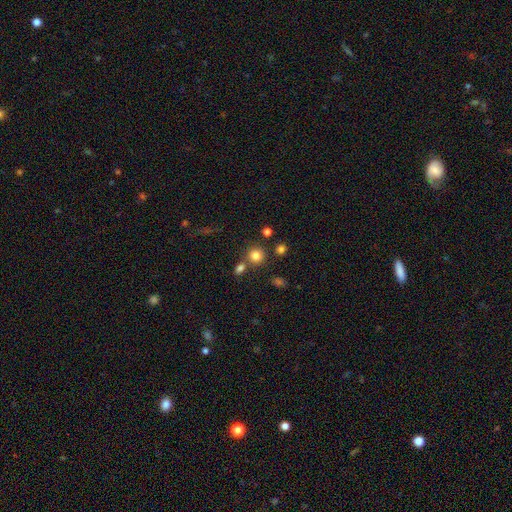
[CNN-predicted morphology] type=smooth (79%); roundness=round (90%); merging=none (74%).